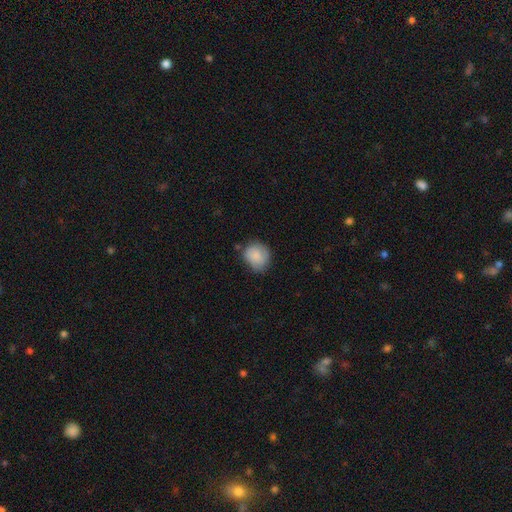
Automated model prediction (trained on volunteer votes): smooth-or-featured: smooth: 82% | featured or disk: 11% | star or artifact: 7%
  how-rounded: round: 71% | in between: 28% | cigar-shaped: 1%
  merging: none: 65% | minor disturbance: 25% | major disturbance: 6% | merger: 3%